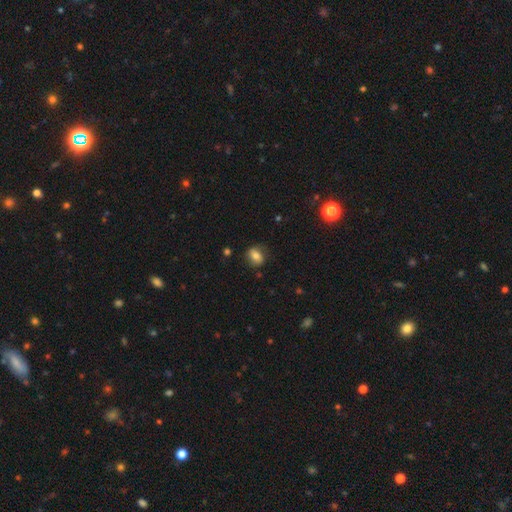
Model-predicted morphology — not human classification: The model was most divided on "how rounded": in between: 60%, round: 38%, cigar-shaped: 2%. More confident: merging — none (75%); smooth or featured — smooth (71%).